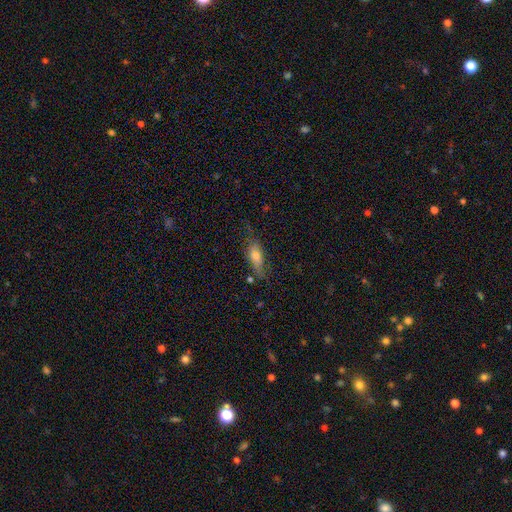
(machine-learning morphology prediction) The model was most divided on "merging": none: 62%, minor disturbance: 25%, major disturbance: 9%, merger: 4%. More confident: how rounded — in between (69%); smooth or featured — smooth (67%).